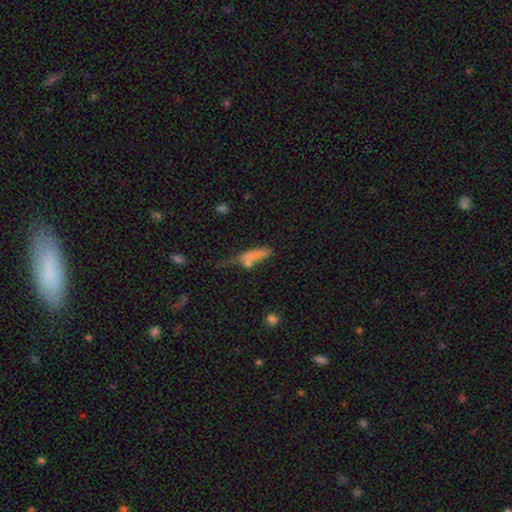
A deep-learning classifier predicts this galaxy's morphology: smooth-or-featured: smooth: 66% | featured or disk: 22% | star or artifact: 12%
  how-rounded: cigar-shaped: 66% | in between: 29% | round: 5%
  merging: none: 38% | minor disturbance: 24% | merger: 20% | major disturbance: 19%